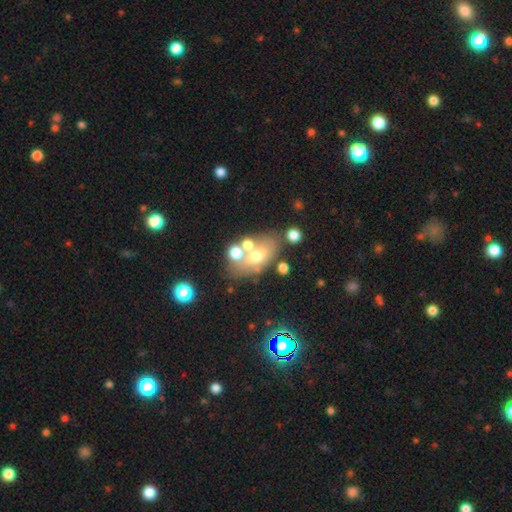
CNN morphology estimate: The model was most divided on "merging": none: 45%, merger: 32%, minor disturbance: 14%, major disturbance: 9%. More confident: how rounded — in between (78%); smooth or featured — smooth (53%).